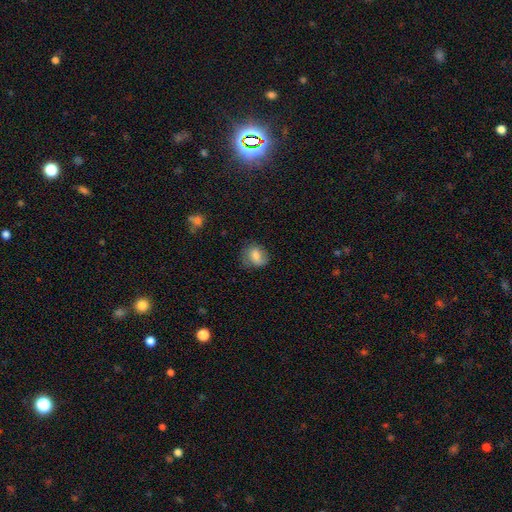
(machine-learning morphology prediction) Smooth or featured? Predicted: smooth (p=0.75). How rounded? Predicted: round (p=0.50). Merging? Predicted: none (p=0.64).